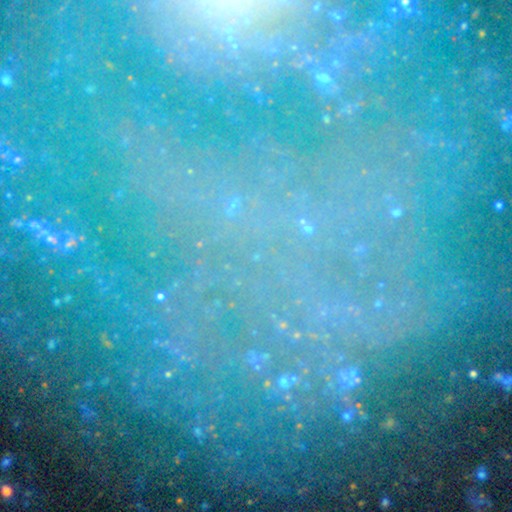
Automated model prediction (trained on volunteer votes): The model was most divided on "smooth or featured": star or artifact: 69%, featured or disk: 17%, smooth: 14%.